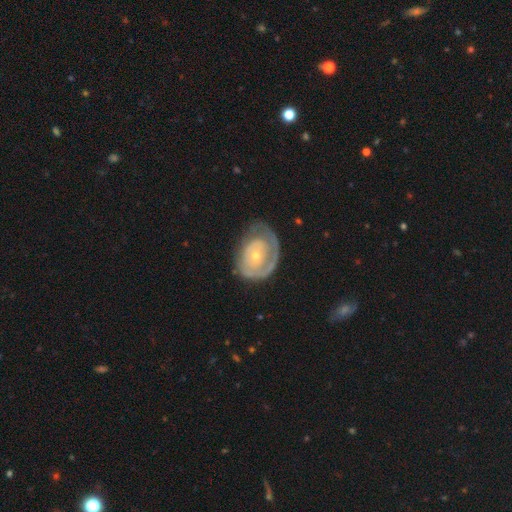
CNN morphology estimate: Overall: featured or disk (73%). Edge-on disk: no (97%). Bar: no (82%). Spiral arms: yes (74%). Spiral arm count: 1 (49%; can't tell 26%). Spiral winding: tight (71%). Bulge size: small (62%; moderate 34%). Merging: none (53%; minor disturbance 27%).